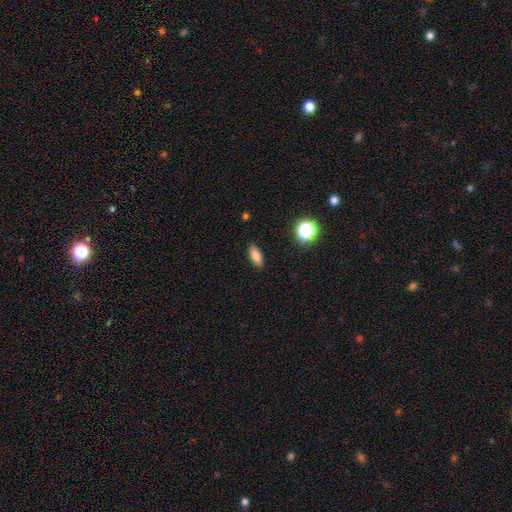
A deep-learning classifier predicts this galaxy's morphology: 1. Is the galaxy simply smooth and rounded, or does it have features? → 81% smooth, 10% star or artifact, 9% featured or disk.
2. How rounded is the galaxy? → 77% in between, 18% cigar-shaped, 5% round.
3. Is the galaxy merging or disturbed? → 89% none, 8% minor disturbance, 2% major disturbance, 1% merger.